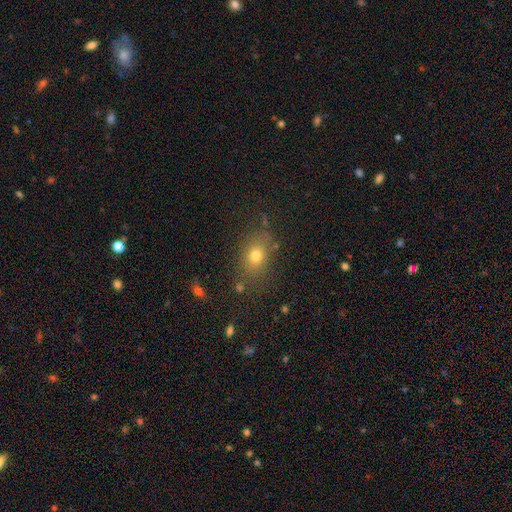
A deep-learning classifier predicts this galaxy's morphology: This appears to be a smooth galaxy with no disk features (73%) that is in between round and cigar-shaped (63%). Merging: none (78%).